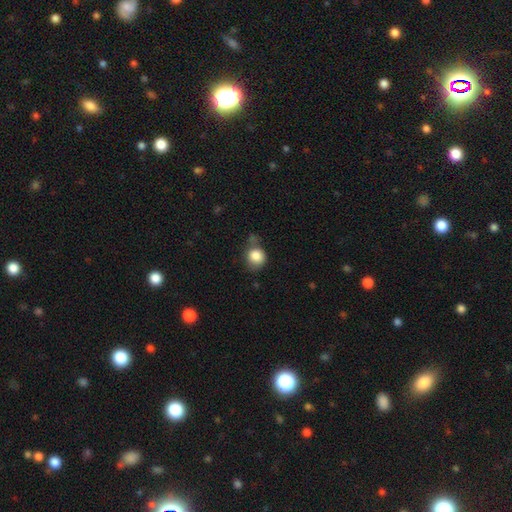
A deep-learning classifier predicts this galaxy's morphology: Smooth or featured? Predicted: smooth (p=0.85). How rounded? Predicted: round (p=0.79). Merging? Predicted: none (p=0.55).